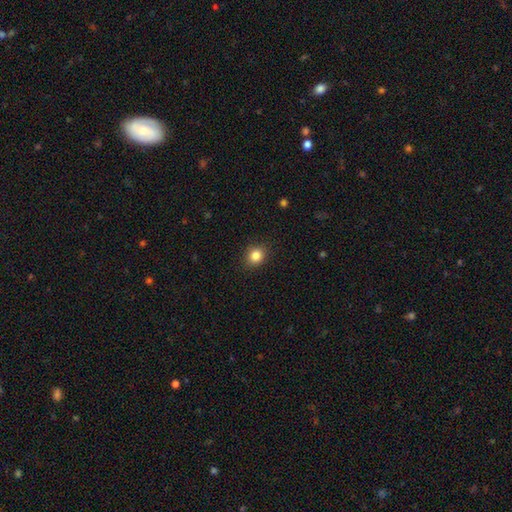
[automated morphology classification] A smooth galaxy with no disk features (84%) that is round (75%).

Vote fractions:
- Smooth or featured? smooth: 84% / star or artifact: 11% / featured or disk: 5%
- How rounded? round: 75% / in between: 24% / cigar-shaped: 1%
- Merging? none: 90% / minor disturbance: 7% / major disturbance: 2% / merger: 1%